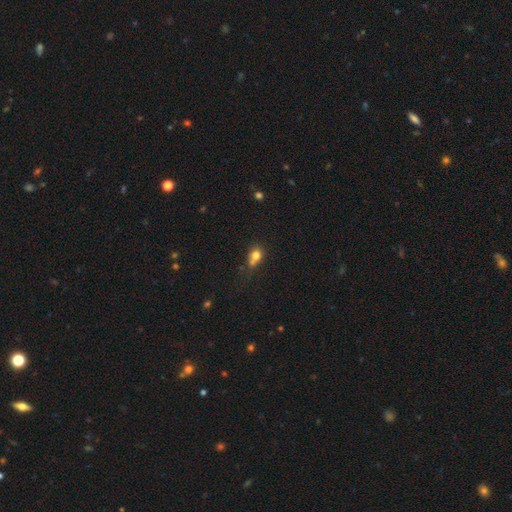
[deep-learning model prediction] Smooth or featured?
  - smooth: 75% *
  - star or artifact: 13%
  - featured or disk: 13%
How rounded?
  - round: 66% *
  - in between: 32%
  - cigar-shaped: 2%
Merging?
  - none: 38% *
  - merger: 36%
  - minor disturbance: 17%
  - major disturbance: 8%